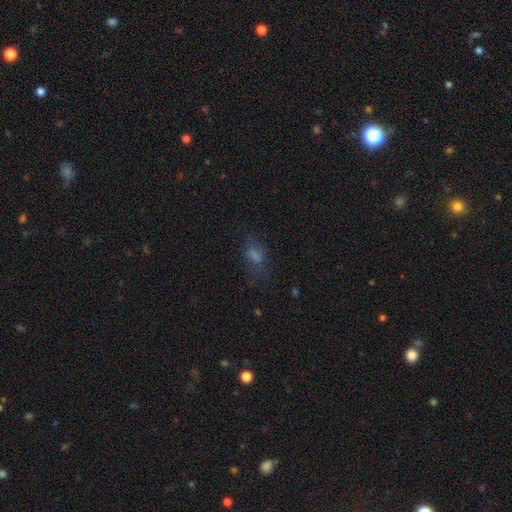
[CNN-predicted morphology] Smooth or featured? Predicted: smooth (p=0.54). How rounded? Predicted: in between (p=0.74). Merging? Predicted: none (p=0.62).